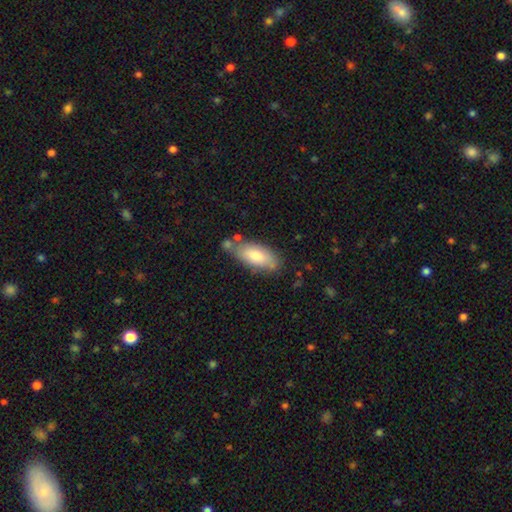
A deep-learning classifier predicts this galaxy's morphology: This appears to be a smooth galaxy with no disk features (75%) that is in between round and cigar-shaped (85%). Merging: none (66%).